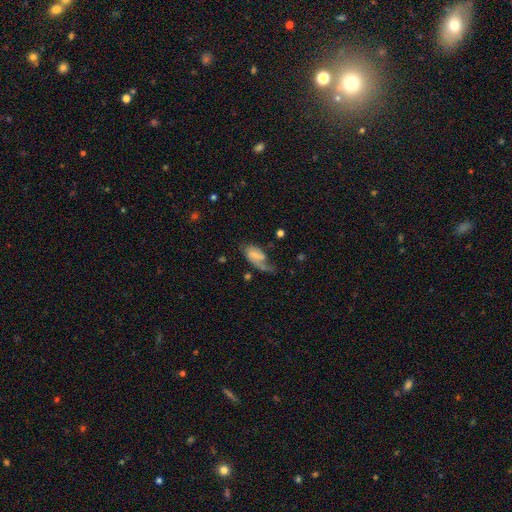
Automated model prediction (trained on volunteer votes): A featured or disk galaxy (48%). Merging: major disturbance (40%).